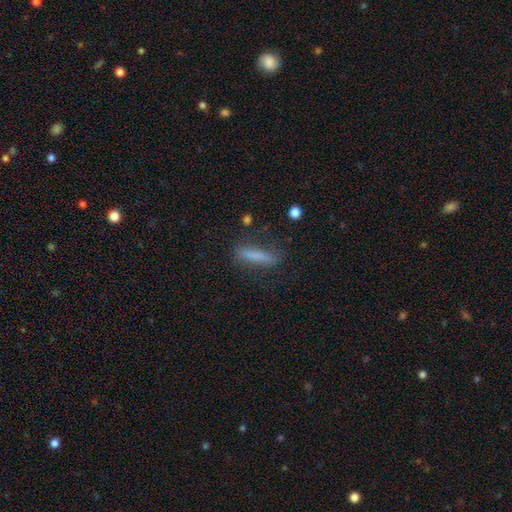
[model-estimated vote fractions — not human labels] smooth-or-featured: smooth: 69% | featured or disk: 21% | star or artifact: 10%
  how-rounded: cigar-shaped: 87% | in between: 11% | round: 2%
  merging: none: 74% | minor disturbance: 16% | major disturbance: 8% | merger: 2%